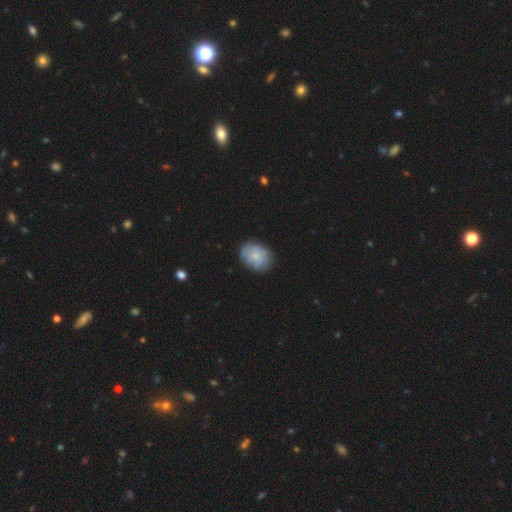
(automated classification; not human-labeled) Overall: smooth (57%; featured or disk 36%). How rounded: in between (59%; round 40%). Merging: none (78%).